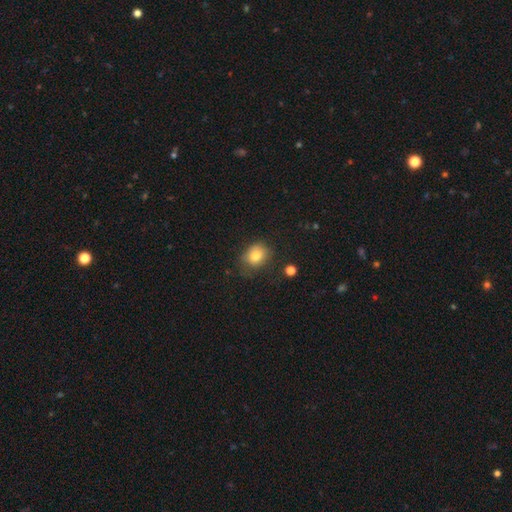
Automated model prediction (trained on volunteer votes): Smooth or featured? smooth (80%)
How rounded? round (57%)
Merging? none (70%)